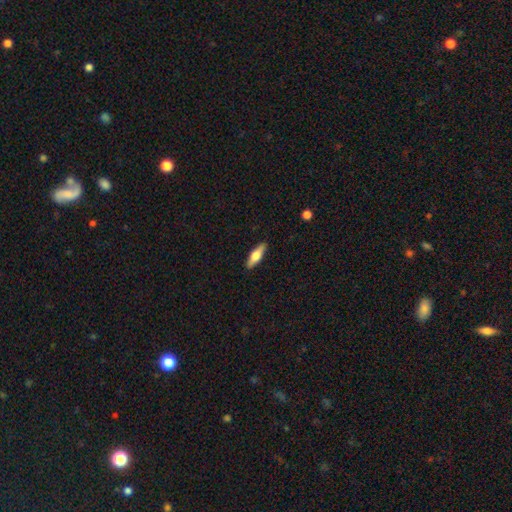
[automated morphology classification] This appears to be a smooth galaxy with no disk features (58%) that is cigar-shaped (53%). Merging: none (89%).